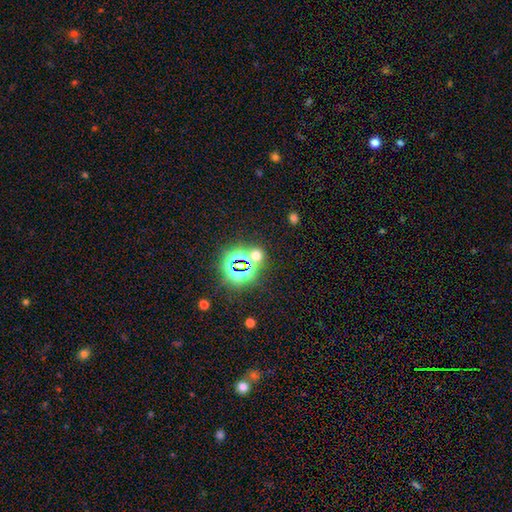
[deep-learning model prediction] This appears to be a star or artifact, not a galaxy (55%).